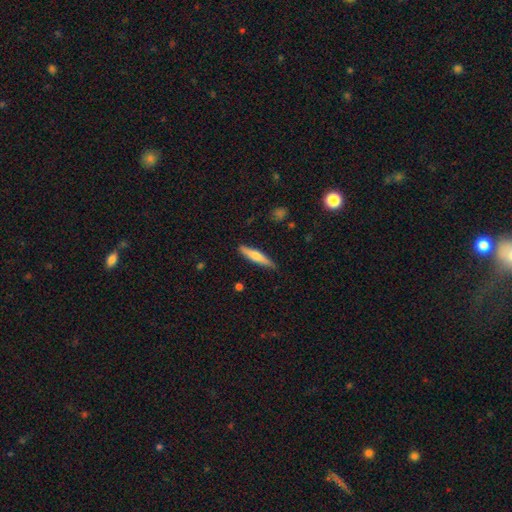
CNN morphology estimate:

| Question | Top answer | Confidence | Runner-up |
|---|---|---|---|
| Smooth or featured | smooth | 62% | featured or disk (32%) |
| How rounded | cigar-shaped | 86% | in between (12%) |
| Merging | none | 84% | minor disturbance (12%) |